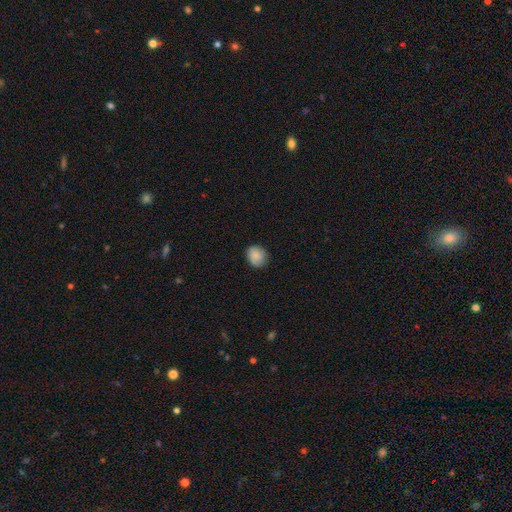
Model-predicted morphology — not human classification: Smooth or featured: smooth — 83% (featured or disk — 10%)
How rounded: round — 71% (in between — 28%)
Merging: none — 81% (minor disturbance — 15%)